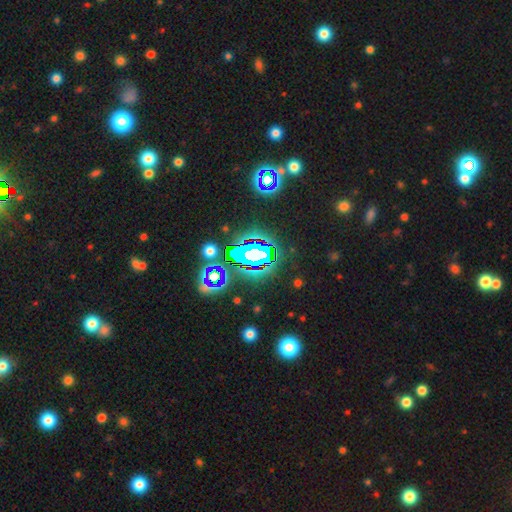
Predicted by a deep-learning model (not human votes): Smooth or featured? star or artifact (72%)